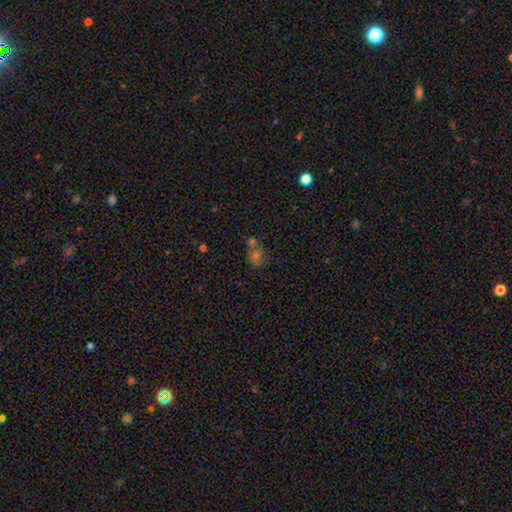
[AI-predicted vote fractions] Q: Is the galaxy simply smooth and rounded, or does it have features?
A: smooth — 59%.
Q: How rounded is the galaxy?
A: round — 65%.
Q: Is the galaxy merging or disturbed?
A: none — 46%.